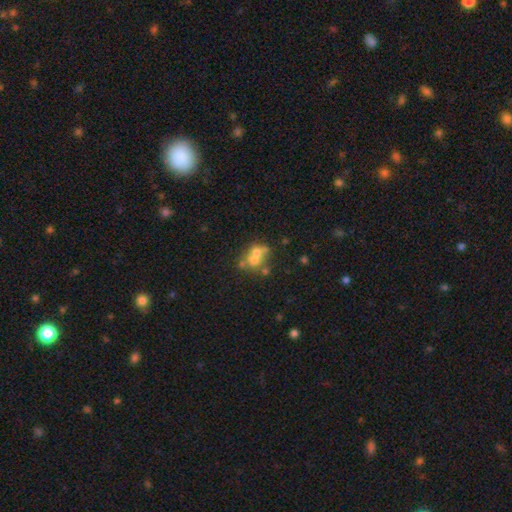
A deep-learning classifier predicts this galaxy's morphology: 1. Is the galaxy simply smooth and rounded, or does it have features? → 44% smooth, 38% featured or disk, 17% star or artifact.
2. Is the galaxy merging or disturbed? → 47% merger, 35% none, 10% minor disturbance, 8% major disturbance.